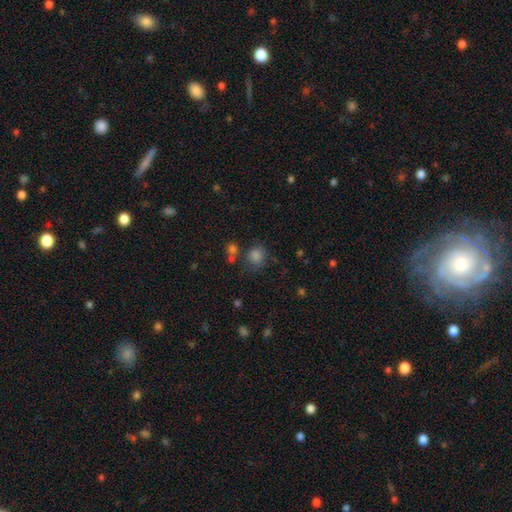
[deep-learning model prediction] A smooth galaxy with no disk features (72%) that is round (79%). Merging: none (66%).